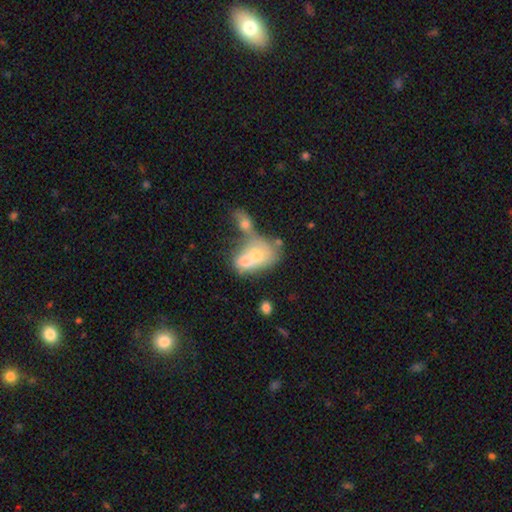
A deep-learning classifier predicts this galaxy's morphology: Smooth or featured? smooth (60%)
How rounded? in between (66%)
Merging? merger (74%)